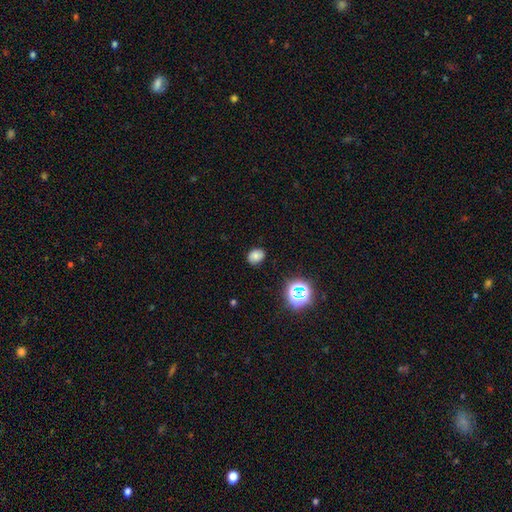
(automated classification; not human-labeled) smooth 73%, star or artifact 17%, featured or disk 10%. Down the decision tree: how rounded — in between (56%); merging — none (83%).